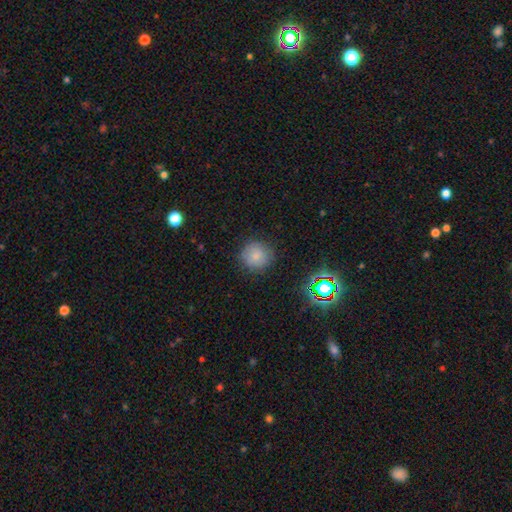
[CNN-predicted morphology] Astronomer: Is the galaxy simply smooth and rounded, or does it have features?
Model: smooth — 80%.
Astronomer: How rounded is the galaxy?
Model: round — 92%.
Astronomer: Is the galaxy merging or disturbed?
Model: none — 83%.